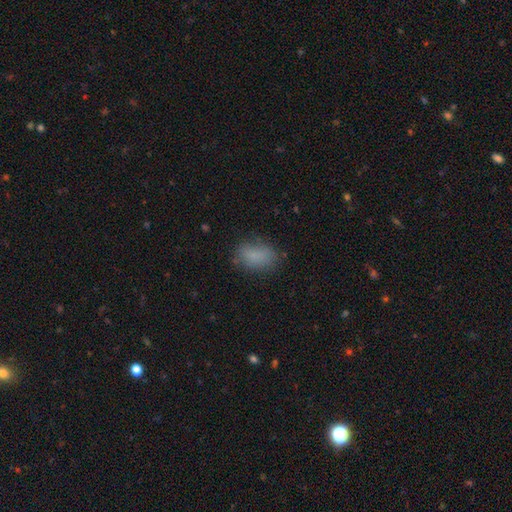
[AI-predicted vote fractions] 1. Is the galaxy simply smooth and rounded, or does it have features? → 82% smooth, 10% star or artifact, 8% featured or disk.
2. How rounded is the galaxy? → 87% in between, 11% round, 2% cigar-shaped.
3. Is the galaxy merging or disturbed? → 72% none, 20% minor disturbance, 7% major disturbance, 2% merger.